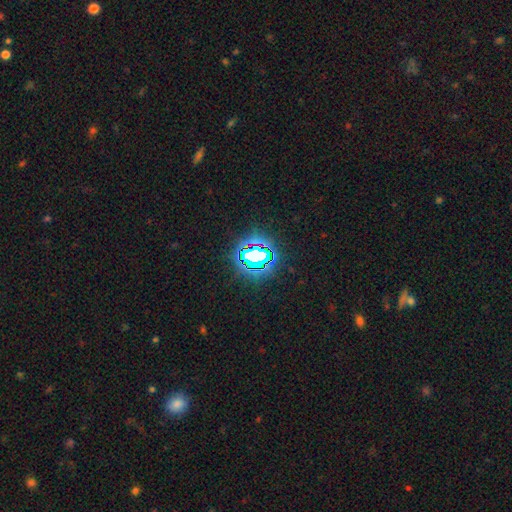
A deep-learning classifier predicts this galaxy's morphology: A star or artifact, not a galaxy (72%).